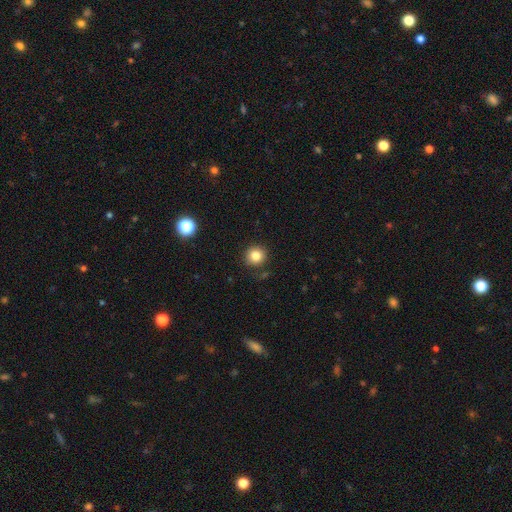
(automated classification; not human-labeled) Overall: smooth (82%). How rounded: round (92%). Merging: none (87%).